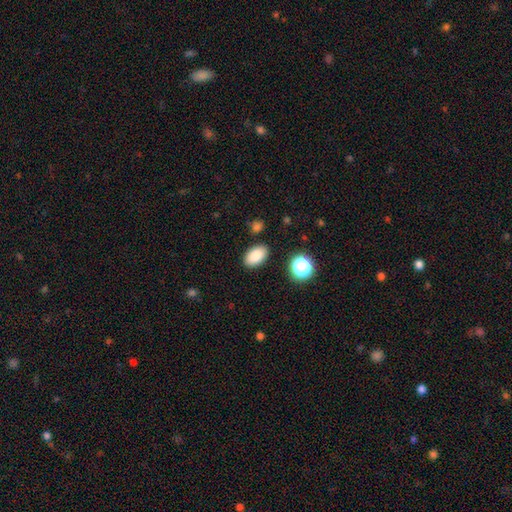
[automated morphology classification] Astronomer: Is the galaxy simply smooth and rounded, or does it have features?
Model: smooth — 85%.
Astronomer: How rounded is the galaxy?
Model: in between — 91%.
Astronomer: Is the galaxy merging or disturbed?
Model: none — 86%.